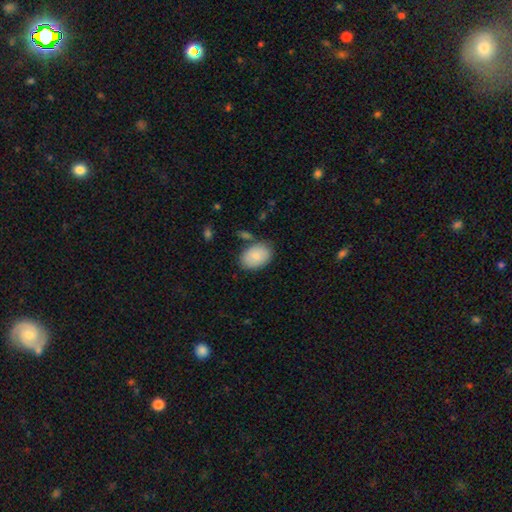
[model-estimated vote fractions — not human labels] Morphology: type=smooth (86%); roundness=in between (86%); merging=none (74%).